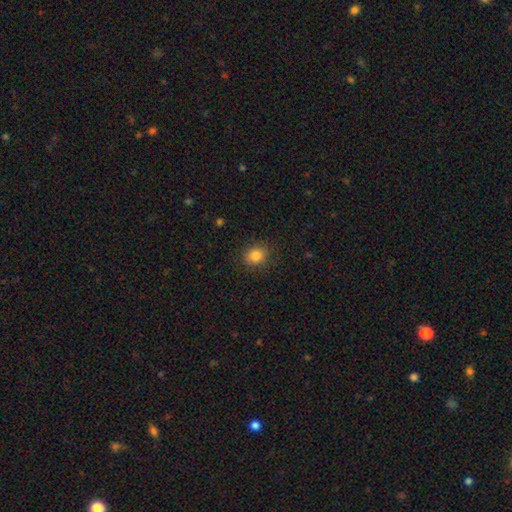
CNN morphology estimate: smooth-or-featured: smooth: 84% | star or artifact: 11% | featured or disk: 6%
  how-rounded: round: 61% | in between: 38% | cigar-shaped: 1%
  merging: none: 87% | minor disturbance: 9% | major disturbance: 3% | merger: 1%